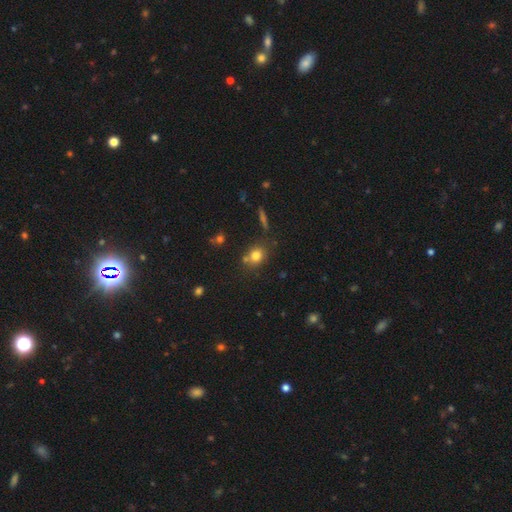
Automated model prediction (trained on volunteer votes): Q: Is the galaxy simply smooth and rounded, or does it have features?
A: smooth — 77%.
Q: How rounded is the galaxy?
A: round — 66%.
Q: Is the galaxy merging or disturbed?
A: none — 67%.